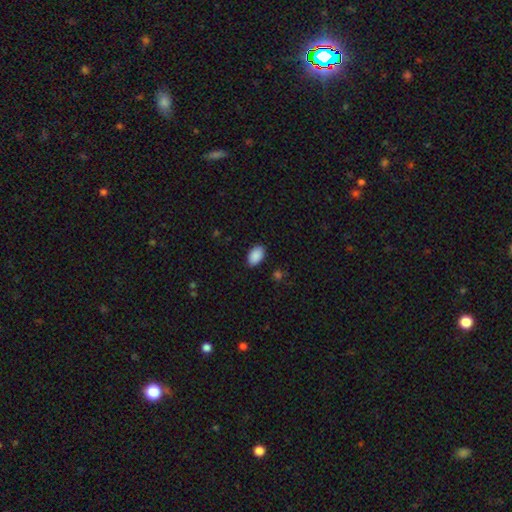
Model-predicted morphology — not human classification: Smooth or featured? smooth (90%)
How rounded? in between (91%)
Merging? none (87%)